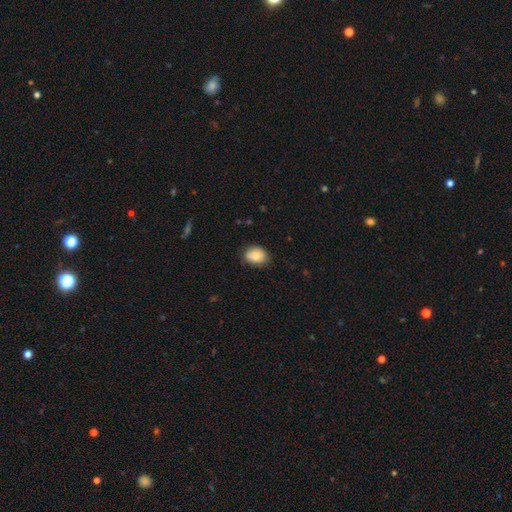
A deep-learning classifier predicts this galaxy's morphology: Smooth or featured? Predicted: smooth (p=0.85). How rounded? Predicted: in between (p=0.61). Merging? Predicted: none (p=0.75).